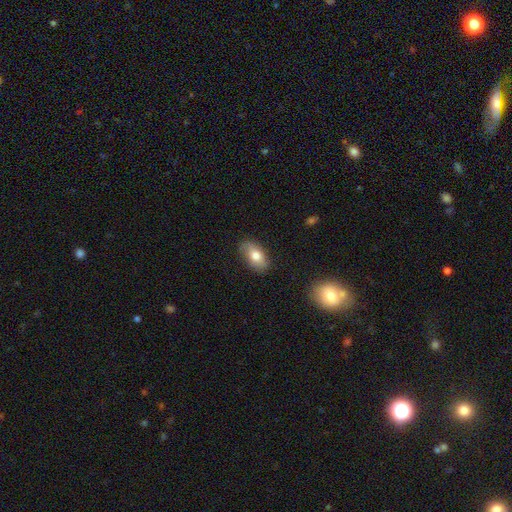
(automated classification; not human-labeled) smooth 74%, featured or disk 18%, star or artifact 7%. Down the decision tree: how rounded — in between (91%); merging — none (82%).